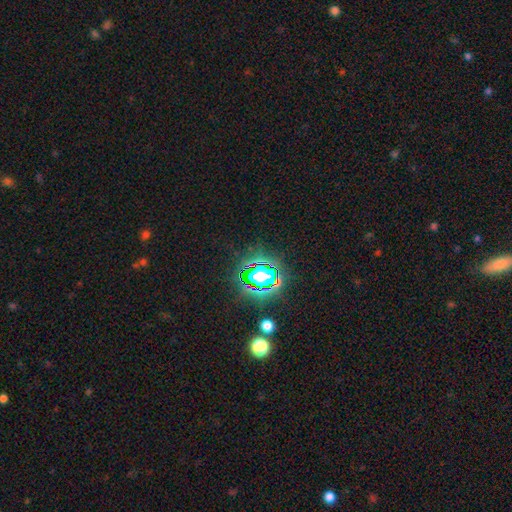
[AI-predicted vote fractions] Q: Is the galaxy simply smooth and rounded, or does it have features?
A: star or artifact — 82%.